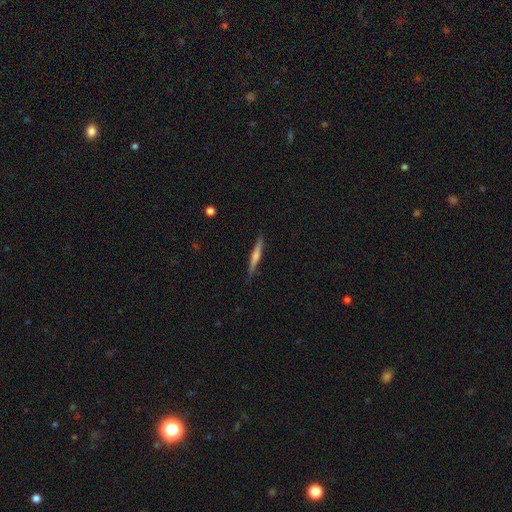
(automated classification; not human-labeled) Smooth or featured?
  - featured or disk: 60% *
  - smooth: 34%
  - star or artifact: 6%
Edge-on disk?
  - yes: 97% *
  - no: 3%
Edge-on bulge?
  - rounded: 73% *
  - none: 19%
  - boxy: 9%
Merging?
  - none: 89% *
  - minor disturbance: 8%
  - major disturbance: 1%
  - merger: 1%